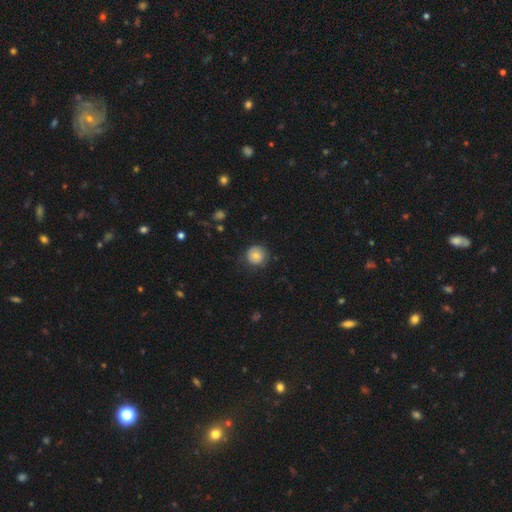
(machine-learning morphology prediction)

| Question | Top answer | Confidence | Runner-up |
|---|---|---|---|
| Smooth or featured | smooth | 79% | featured or disk (13%) |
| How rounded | round | 93% | in between (6%) |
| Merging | none | 80% | minor disturbance (15%) |